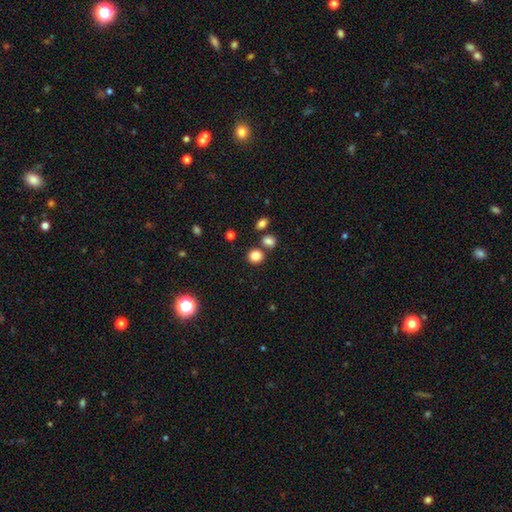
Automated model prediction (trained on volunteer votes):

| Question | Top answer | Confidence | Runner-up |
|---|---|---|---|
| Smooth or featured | smooth | 83% | star or artifact (11%) |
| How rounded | round | 82% | in between (17%) |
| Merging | none | 77% | merger (12%) |